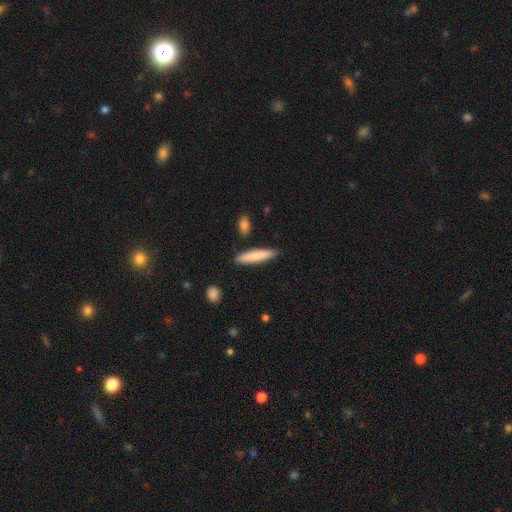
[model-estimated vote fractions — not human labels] Overall: smooth (81%). How rounded: cigar-shaped (83%). Merging: none (87%).